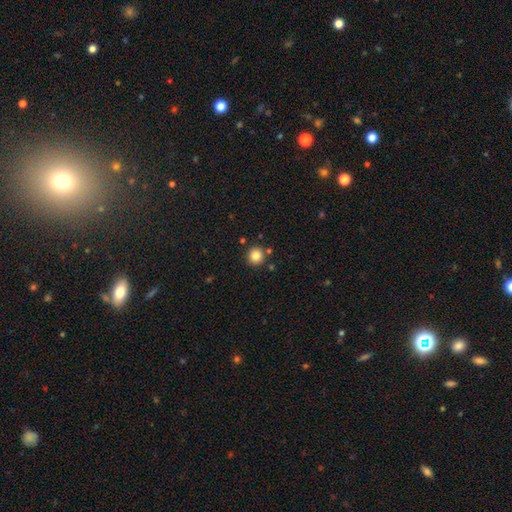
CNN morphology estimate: Smooth or featured? Predicted: smooth (p=0.83). How rounded? Predicted: round (p=0.94). Merging? Predicted: none (p=0.86).